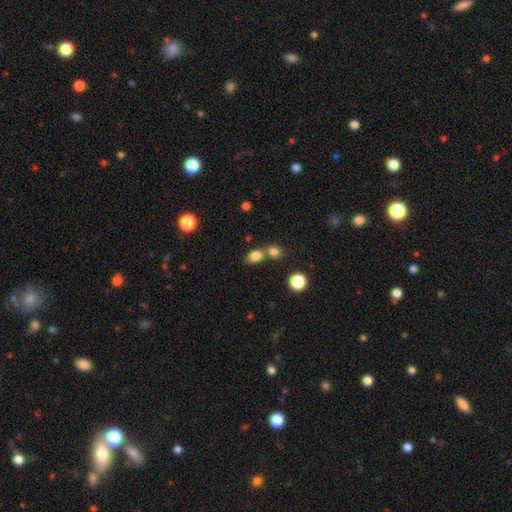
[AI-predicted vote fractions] A smooth galaxy with no disk features (81%) that is in between round and cigar-shaped (61%). Merging: none (49%).